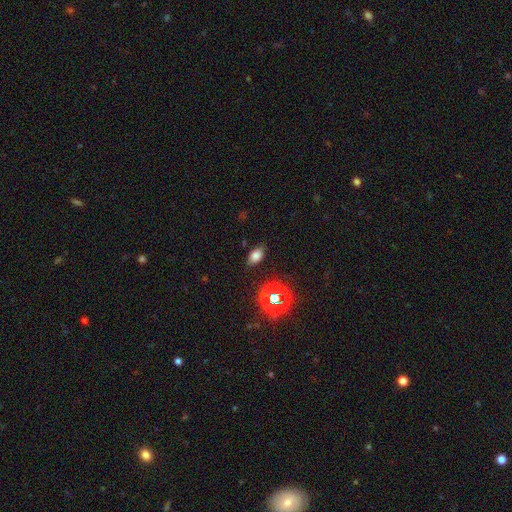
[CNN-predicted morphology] smooth-or-featured: smooth: 71% | star or artifact: 20% | featured or disk: 9%
  how-rounded: in between: 87% | round: 10% | cigar-shaped: 3%
  merging: none: 83% | minor disturbance: 13% | major disturbance: 3% | merger: 1%